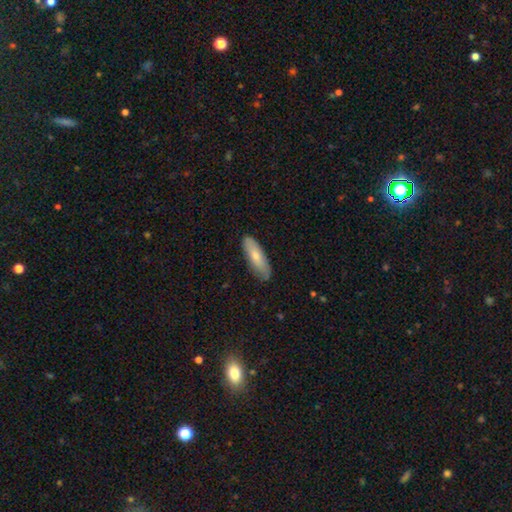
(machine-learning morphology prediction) smooth-or-featured: smooth: 72% | featured or disk: 22% | star or artifact: 6%
  how-rounded: in between: 54% | cigar-shaped: 44% | round: 2%
  merging: none: 81% | minor disturbance: 15% | major disturbance: 2% | merger: 1%